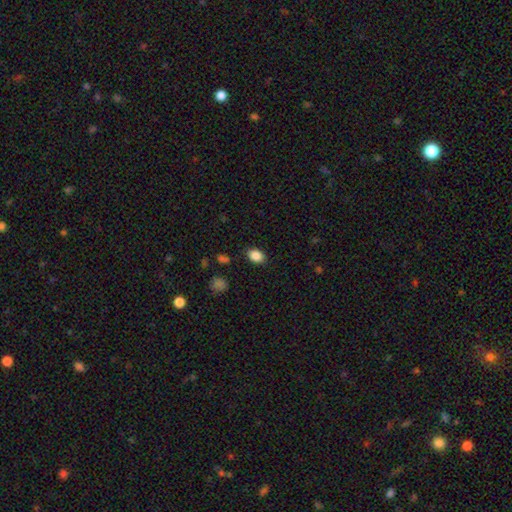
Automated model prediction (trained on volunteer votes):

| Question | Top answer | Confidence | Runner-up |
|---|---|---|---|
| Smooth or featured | smooth | 87% | star or artifact (9%) |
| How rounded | in between | 76% | round (23%) |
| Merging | none | 86% | minor disturbance (10%) |